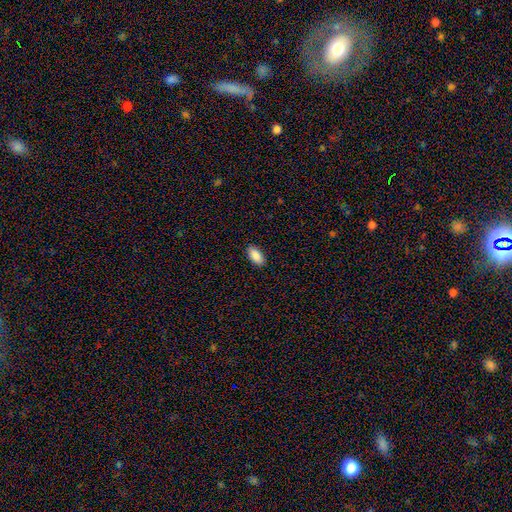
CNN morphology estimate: Q: Smooth or featured?
A: smooth (90%); runner-up: star or artifact (7%)
Q: How rounded?
A: in between (93%); runner-up: cigar-shaped (4%)
Q: Merging?
A: none (89%); runner-up: minor disturbance (8%)